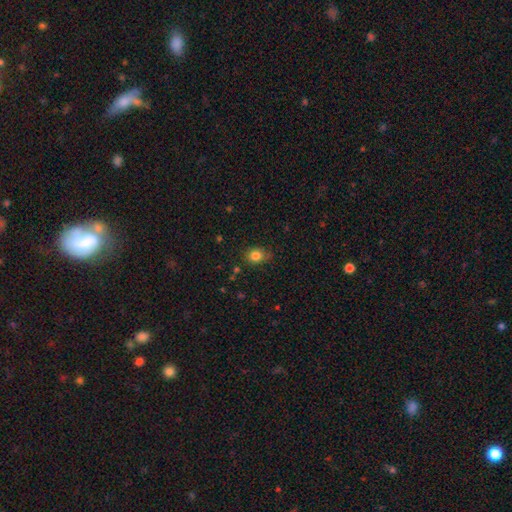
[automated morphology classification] Smooth or featured? smooth (83%)
How rounded? round (59%)
Merging? none (73%)